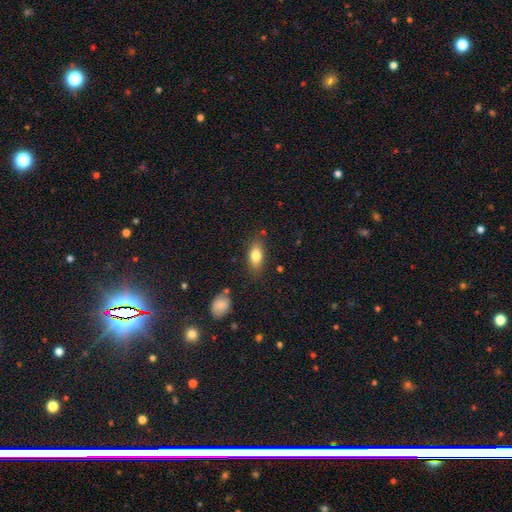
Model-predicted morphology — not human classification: This appears to be a smooth galaxy with no disk features (79%) that is in between round and cigar-shaped (83%). Merging: none (79%).